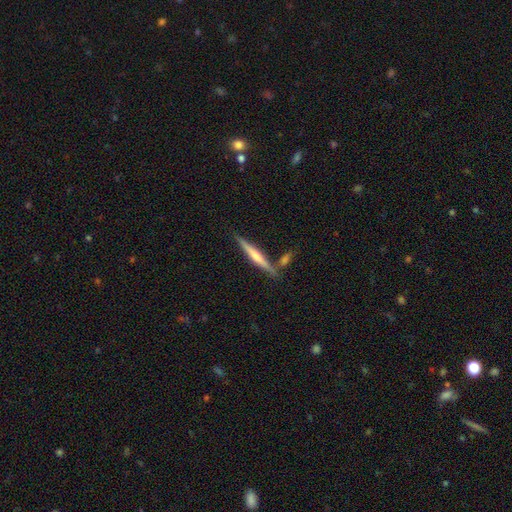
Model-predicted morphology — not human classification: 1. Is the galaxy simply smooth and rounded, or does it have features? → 68% featured or disk, 26% smooth, 6% star or artifact.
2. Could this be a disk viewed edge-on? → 98% yes, 2% no.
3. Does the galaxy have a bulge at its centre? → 68% rounded, 20% none, 12% boxy.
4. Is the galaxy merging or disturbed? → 82% none, 9% minor disturbance, 6% merger, 2% major disturbance.